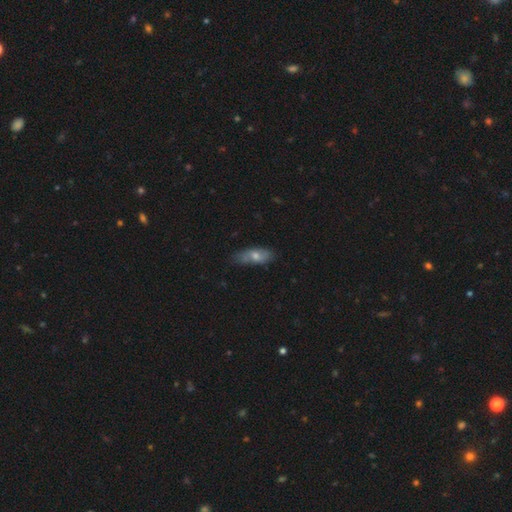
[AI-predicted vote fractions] Overall: smooth (53%; featured or disk 37%). How rounded: in between (69%). Merging: none (71%).